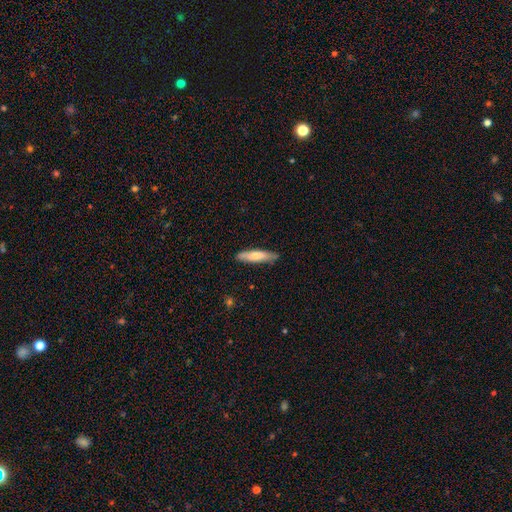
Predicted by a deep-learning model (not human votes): This is likely a smooth galaxy (66%). How rounded: likely cigar-shaped (77%). Merging: clearly none (84%).